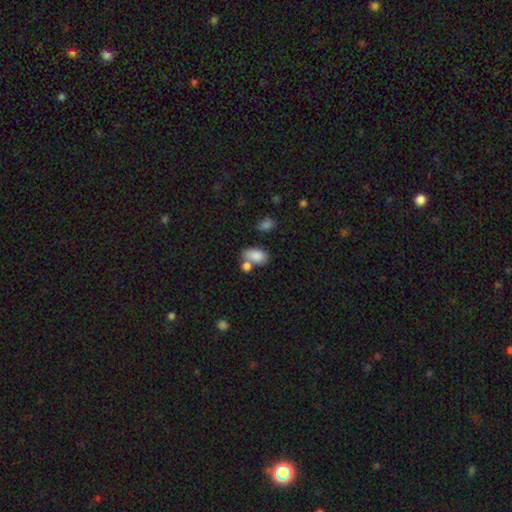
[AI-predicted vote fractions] smooth 84%, star or artifact 8%, featured or disk 8%. Down the decision tree: how rounded — in between (90%); merging — none (48%).